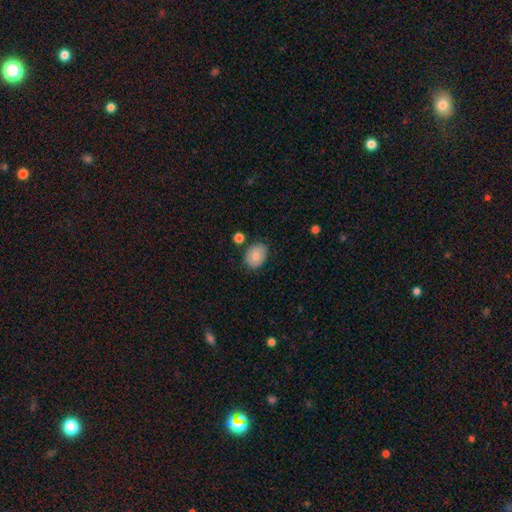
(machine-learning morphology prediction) Overall: smooth (77%). How rounded: in between (60%; round 39%). Merging: none (78%).